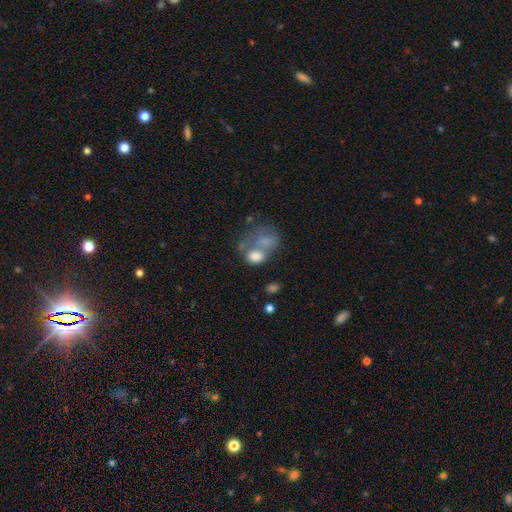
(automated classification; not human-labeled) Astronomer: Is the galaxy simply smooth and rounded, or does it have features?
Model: smooth — 71%.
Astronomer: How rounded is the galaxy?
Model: in between — 62% (runner-up: round, 37%).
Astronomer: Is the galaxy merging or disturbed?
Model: merger — 52%.